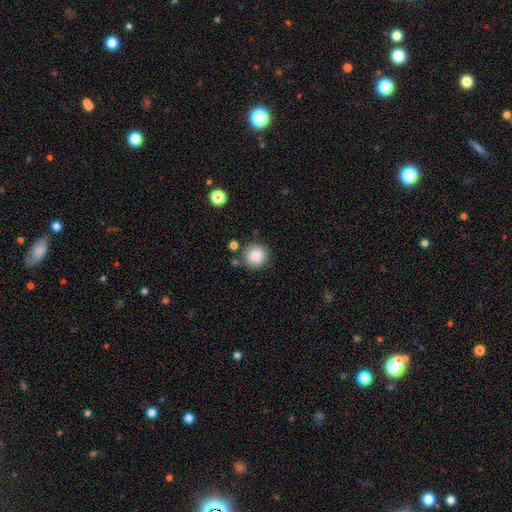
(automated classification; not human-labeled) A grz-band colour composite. It shows a smooth galaxy with no disk features (86%) that is round (93%). Merging: none (82%).